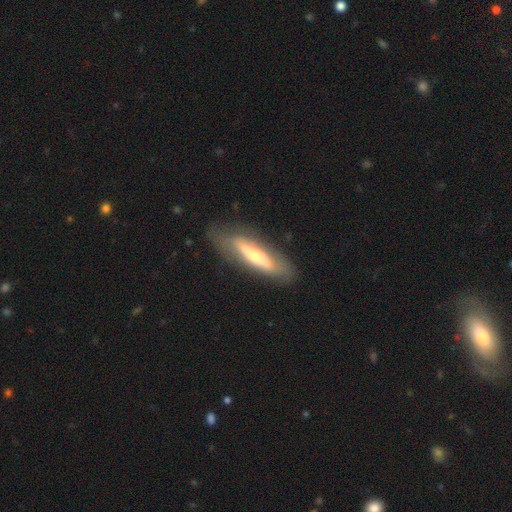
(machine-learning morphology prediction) Overall: featured or disk (60%; smooth 33%). Edge-on disk: yes (54%; no 46%). Merging: none (80%).